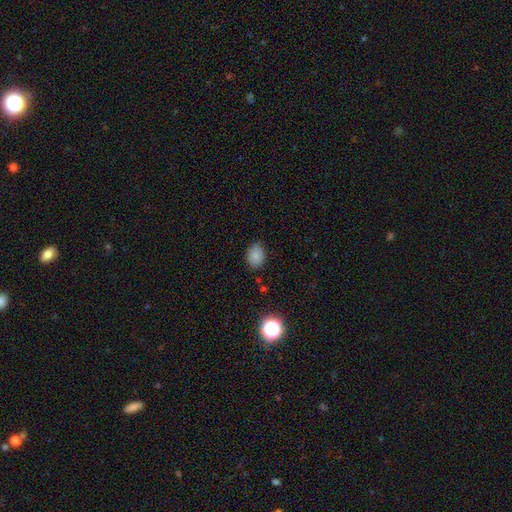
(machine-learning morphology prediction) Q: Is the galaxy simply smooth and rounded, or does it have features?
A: smooth — 83%.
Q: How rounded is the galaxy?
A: in between — 67%.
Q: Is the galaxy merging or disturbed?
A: none — 78%.